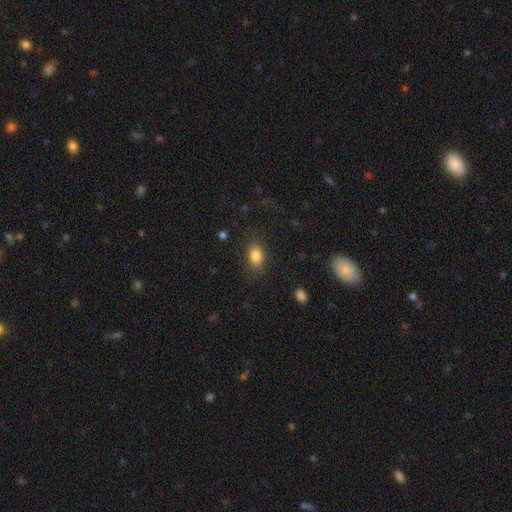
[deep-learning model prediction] Morphology: type=smooth (85%); roundness=in between (83%); merging=none (81%).